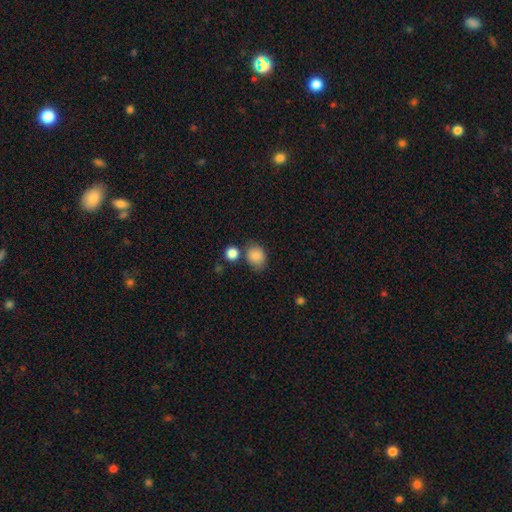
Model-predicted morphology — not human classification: Smooth or featured? Predicted: smooth (p=0.86). How rounded? Predicted: round (p=0.56). Merging? Predicted: none (p=0.65).